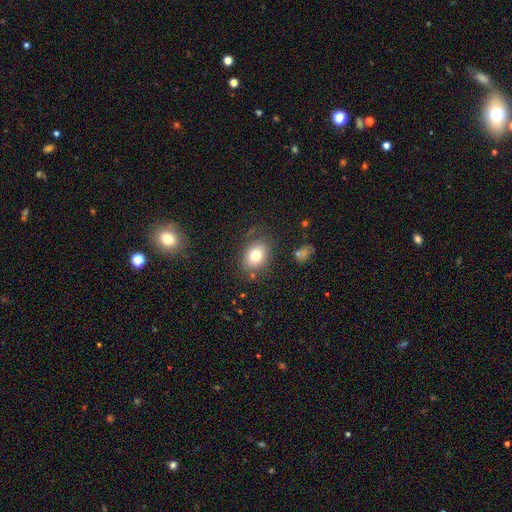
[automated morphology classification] Overall: smooth (76%). How rounded: in between (68%; round 31%). Merging: none (78%).